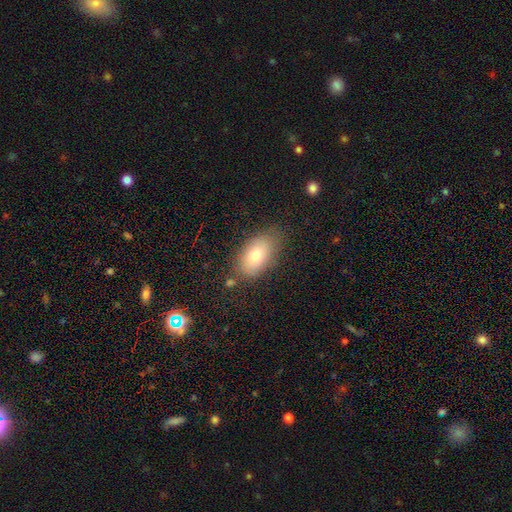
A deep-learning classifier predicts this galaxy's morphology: Q: Smooth or featured?
A: smooth (75%); runner-up: featured or disk (16%)
Q: How rounded?
A: in between (92%); runner-up: round (6%)
Q: Merging?
A: none (76%); runner-up: minor disturbance (17%)